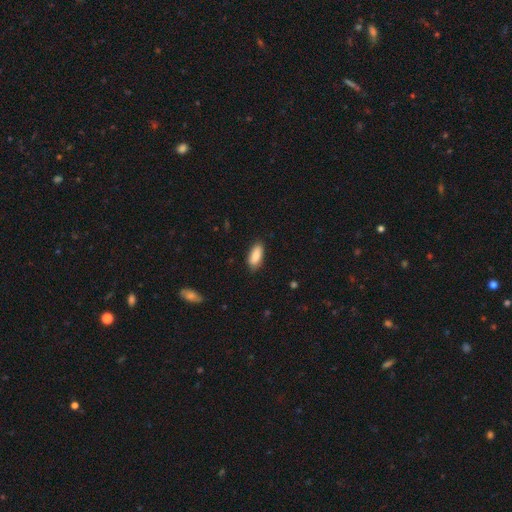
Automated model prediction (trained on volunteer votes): smooth-or-featured: smooth: 88% | featured or disk: 6% | star or artifact: 6%
  how-rounded: in between: 85% | cigar-shaped: 13% | round: 2%
  merging: none: 83% | minor disturbance: 13% | major disturbance: 2% | merger: 1%